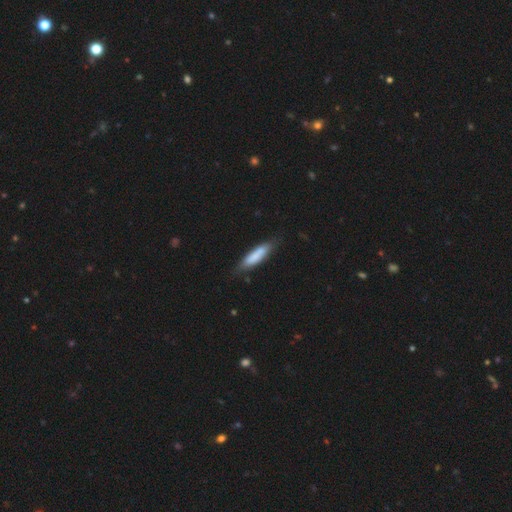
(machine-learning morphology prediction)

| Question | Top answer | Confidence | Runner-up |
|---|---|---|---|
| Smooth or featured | smooth | 76% | featured or disk (18%) |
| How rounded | cigar-shaped | 70% | in between (28%) |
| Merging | none | 72% | minor disturbance (20%) |